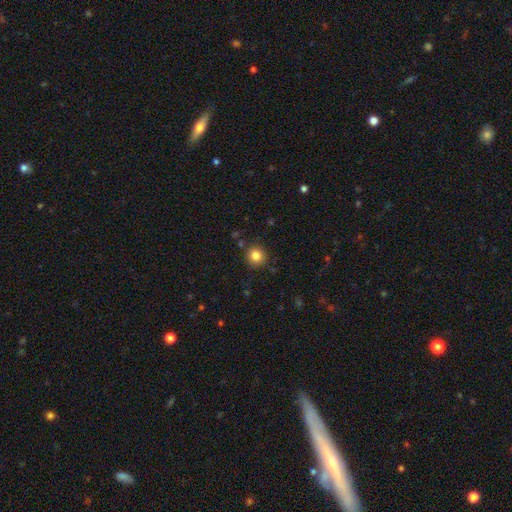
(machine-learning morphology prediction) Smooth or featured: smooth — 83% (star or artifact — 11%)
How rounded: round — 92% (in between — 8%)
Merging: none — 88% (minor disturbance — 8%)